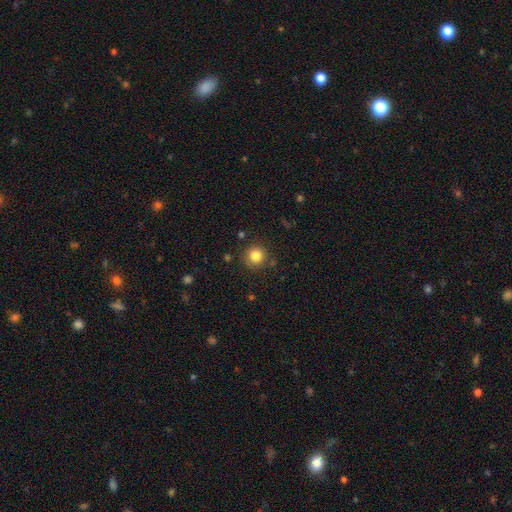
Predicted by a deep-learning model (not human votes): smooth_or_featured: smooth (p=0.83) [alt: star or artifact p=0.11]
how_rounded: round (p=0.94) [alt: in between p=0.05]
merging: none (p=0.86) [alt: minor disturbance p=0.09]